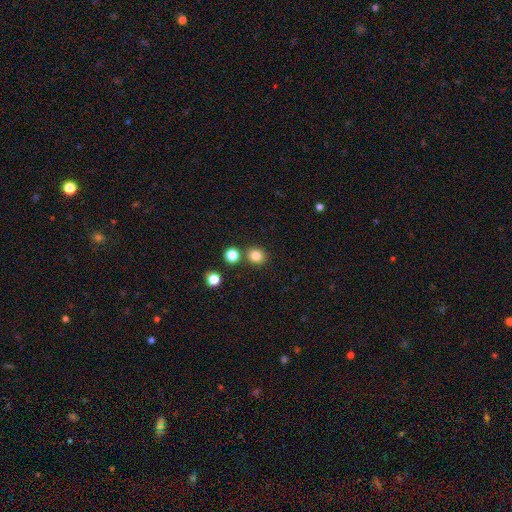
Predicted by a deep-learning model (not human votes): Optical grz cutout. It shows a smooth galaxy with no disk features (82%) that is round (83%). Merging: none (81%).